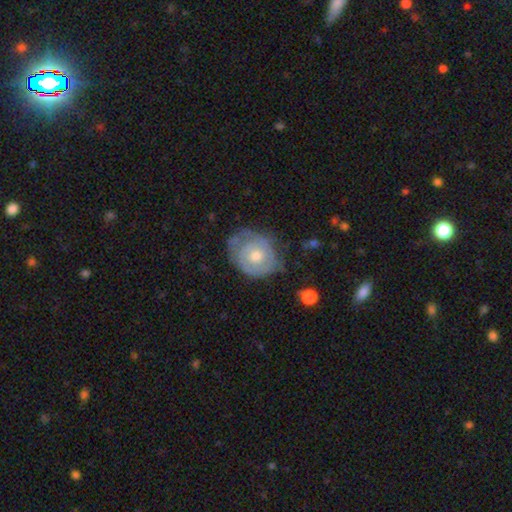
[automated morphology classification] Q: Smooth or featured?
A: featured or disk (64%); runner-up: smooth (30%)
Q: Edge-on disk?
A: no (97%); runner-up: yes (3%)
Q: Bar?
A: no (83%); runner-up: weak (15%)
Q: Spiral arms?
A: yes (68%); runner-up: no (32%)
Q: Bulge size?
A: moderate (58%); runner-up: small (36%)
Q: Merging?
A: none (54%); runner-up: minor disturbance (30%)